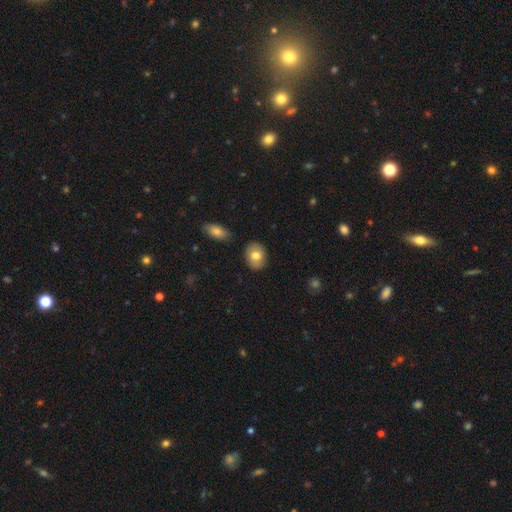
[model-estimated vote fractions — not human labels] Q: Smooth or featured?
A: smooth (77%); runner-up: featured or disk (16%)
Q: How rounded?
A: in between (65%); runner-up: round (34%)
Q: Merging?
A: none (86%); runner-up: minor disturbance (9%)